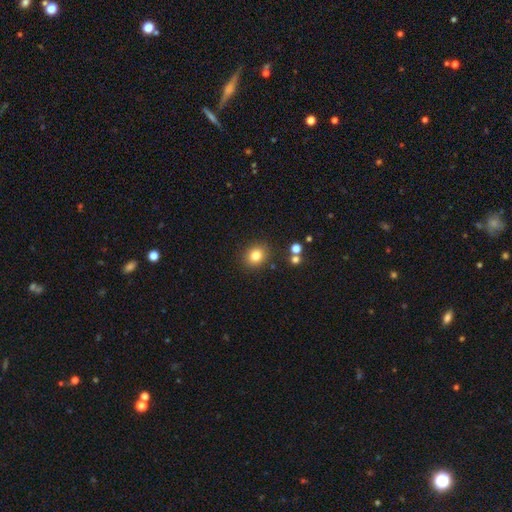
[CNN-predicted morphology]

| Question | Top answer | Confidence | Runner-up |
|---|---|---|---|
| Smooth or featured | smooth | 81% | star or artifact (12%) |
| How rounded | round | 77% | in between (23%) |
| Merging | none | 87% | minor disturbance (8%) |